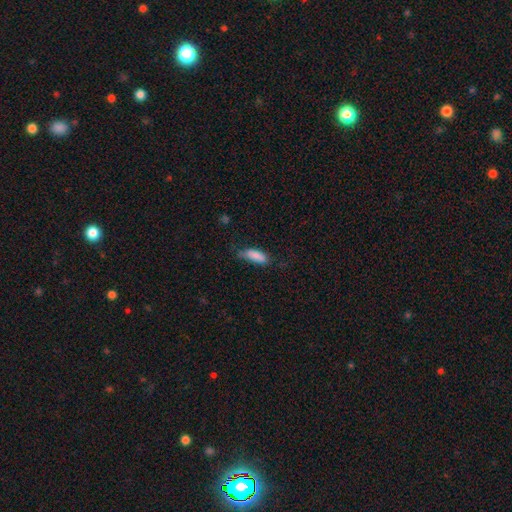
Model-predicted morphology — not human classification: smooth 83%, featured or disk 10%, star or artifact 7%. Down the decision tree: how rounded — in between (65%); merging — none (51%).